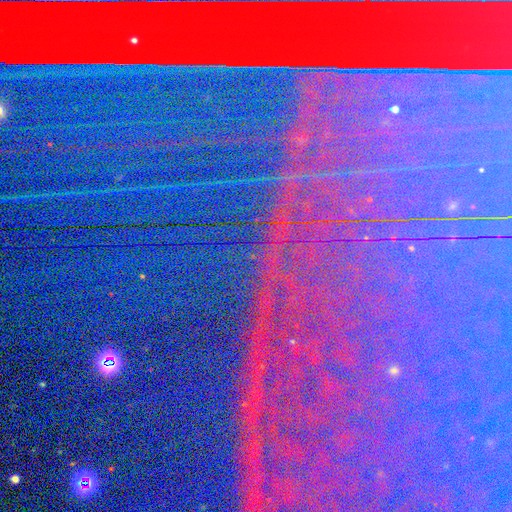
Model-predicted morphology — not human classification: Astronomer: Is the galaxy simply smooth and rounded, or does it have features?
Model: star or artifact — 86%.